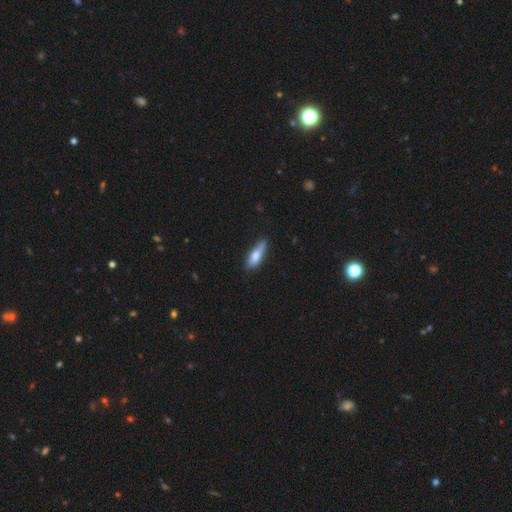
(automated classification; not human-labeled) smooth_or_featured: smooth (p=0.72) [alt: featured or disk p=0.22]
how_rounded: cigar-shaped (p=0.55) [alt: in between p=0.42]
merging: none (p=0.74) [alt: minor disturbance p=0.21]